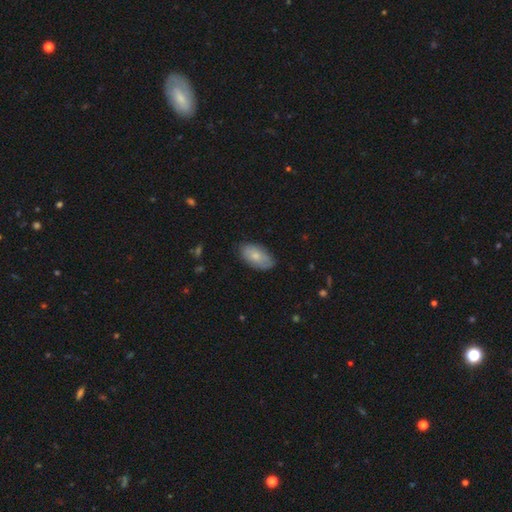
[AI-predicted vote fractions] Overall: smooth (75%). How rounded: in between (94%). Merging: none (75%).